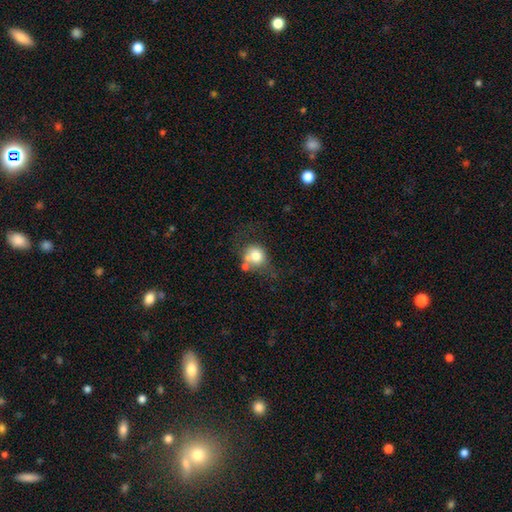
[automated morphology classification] Smooth or featured: smooth — 72% (featured or disk — 18%)
How rounded: round — 76% (in between — 23%)
Merging: none — 40% (merger — 30%)